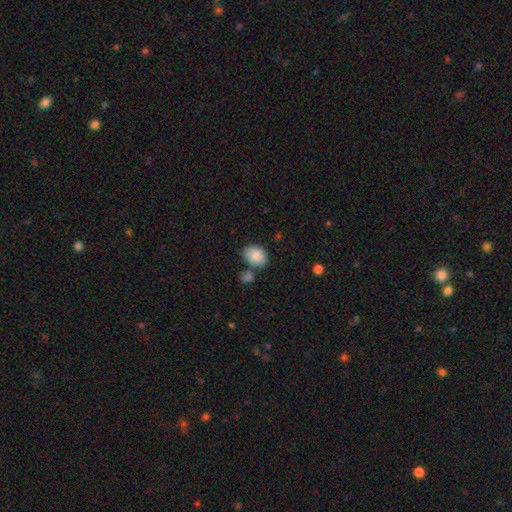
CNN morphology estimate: This is clearly a smooth galaxy (88%). How rounded: likely in between (69%). Merging: likely none (68%).